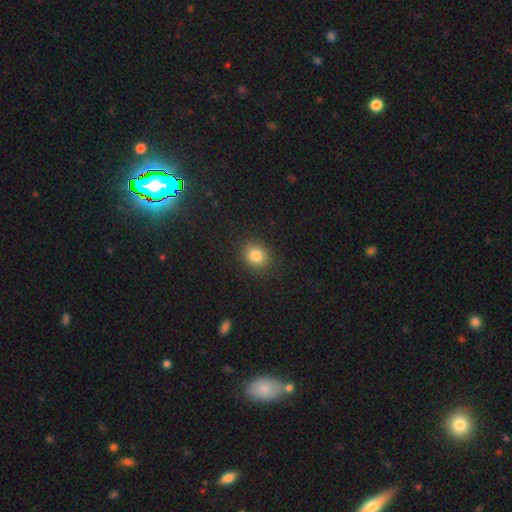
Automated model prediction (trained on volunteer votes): smooth_or_featured: smooth (p=0.83) [alt: star or artifact p=0.11]
how_rounded: round (p=0.66) [alt: in between p=0.33]
merging: none (p=0.87) [alt: minor disturbance p=0.09]